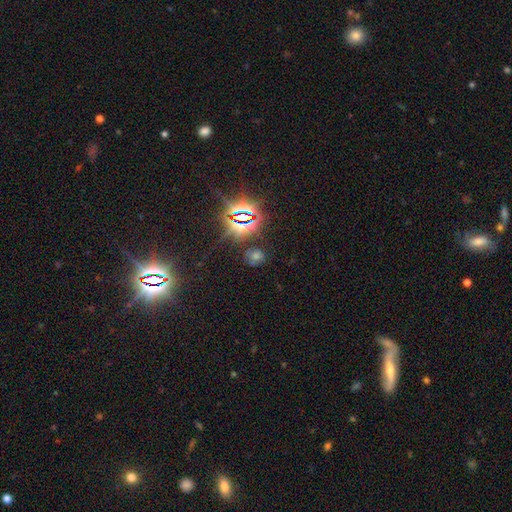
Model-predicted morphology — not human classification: A star or artifact, not a galaxy (69%).